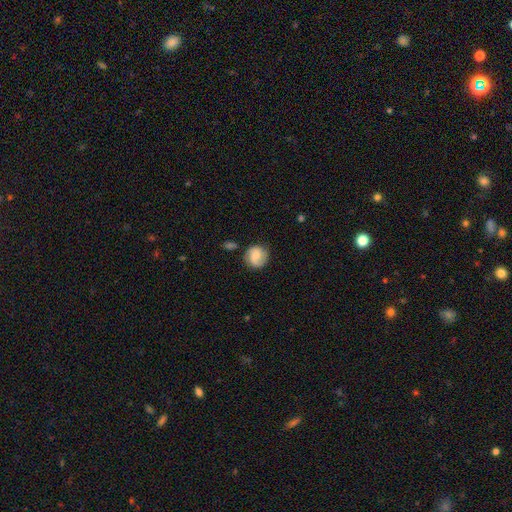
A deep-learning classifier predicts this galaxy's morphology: type=featured or disk (47%); merging=none (75%).